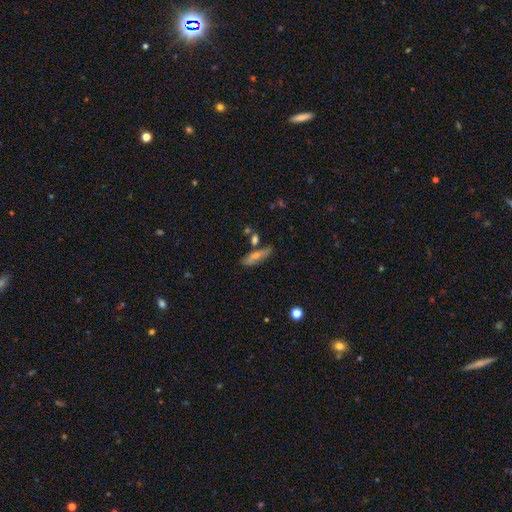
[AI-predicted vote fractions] This is possibly a smooth galaxy (47%). Merging: likely none (69%).